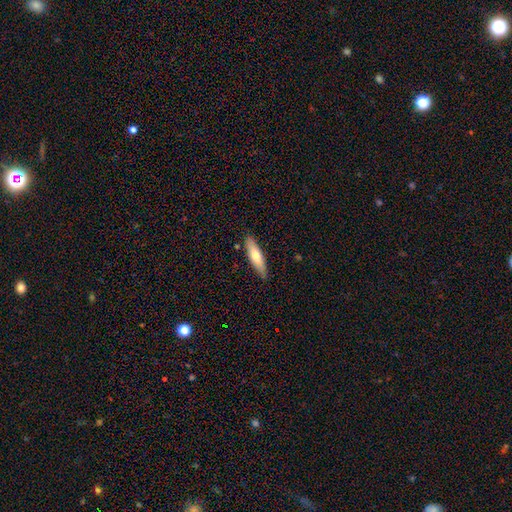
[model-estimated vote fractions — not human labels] Smooth or featured? smooth (65%)
How rounded? cigar-shaped (66%)
Merging? none (85%)